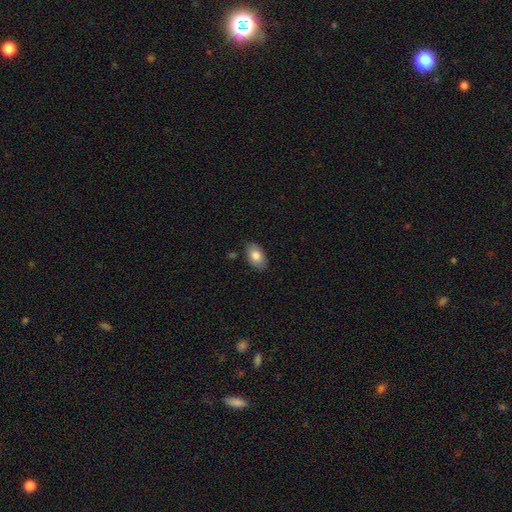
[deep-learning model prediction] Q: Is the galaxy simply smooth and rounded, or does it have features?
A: smooth — 81%.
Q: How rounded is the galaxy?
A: in between — 92%.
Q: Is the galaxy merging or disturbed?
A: none — 84%.